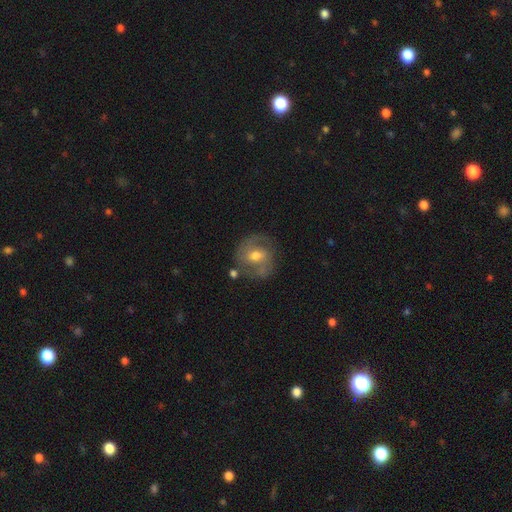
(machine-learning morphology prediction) Smooth or featured?
  - featured or disk: 63% *
  - smooth: 29%
  - star or artifact: 8%
Edge-on disk?
  - no: 97% *
  - yes: 3%
Bar?
  - weak: 46% *
  - no: 39%
  - strong: 15%
Spiral arms?
  - yes: 77% *
  - no: 23%
Bulge size?
  - moderate: 72% *
  - small: 21%
  - large: 5%
  - none: 1%
  - dominant: 1%
Merging?
  - none: 69% *
  - minor disturbance: 18%
  - major disturbance: 7%
  - merger: 5%